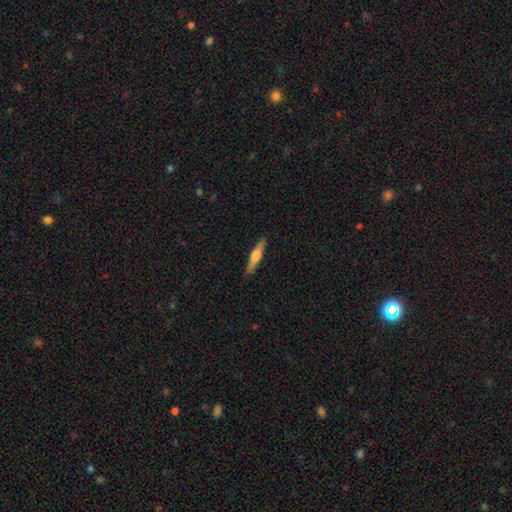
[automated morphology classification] A featured or disk galaxy (57%) viewed edge-on (97%) with a rounded central bulge (89%). Merging: none (91%).